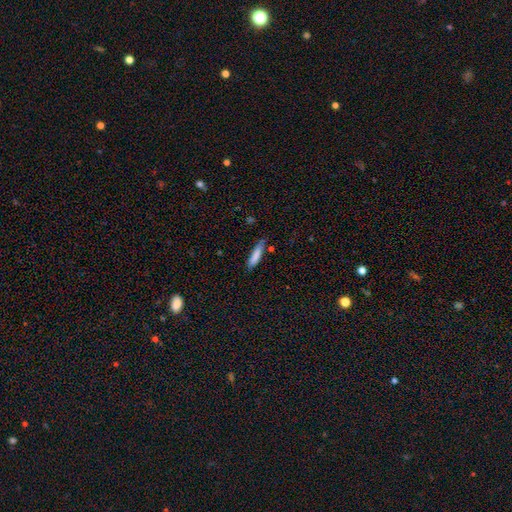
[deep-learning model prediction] The model was most divided on "merging": none: 70%, minor disturbance: 23%, major disturbance: 4%, merger: 4%. More confident: smooth or featured — smooth (84%); how rounded — cigar-shaped (76%).